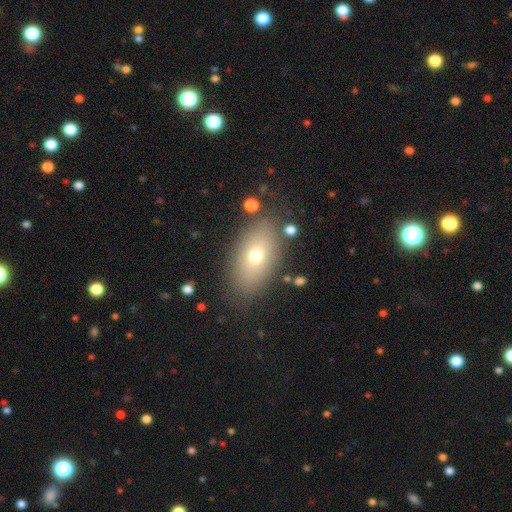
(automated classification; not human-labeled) Morphology: type=smooth (68%); roundness=in between (87%); merging=none (82%).